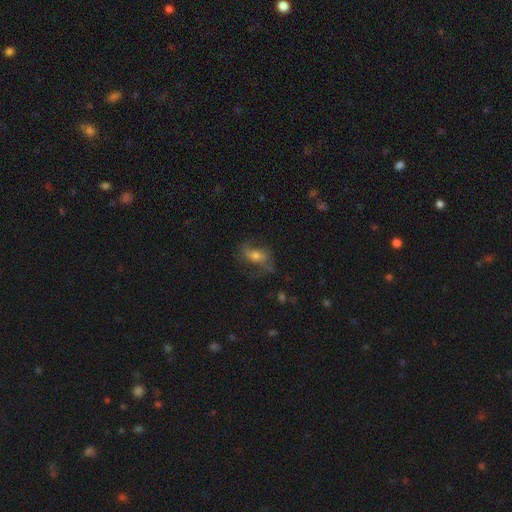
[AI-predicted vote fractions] Smooth or featured? featured or disk (49%)
Merging? none (55%)